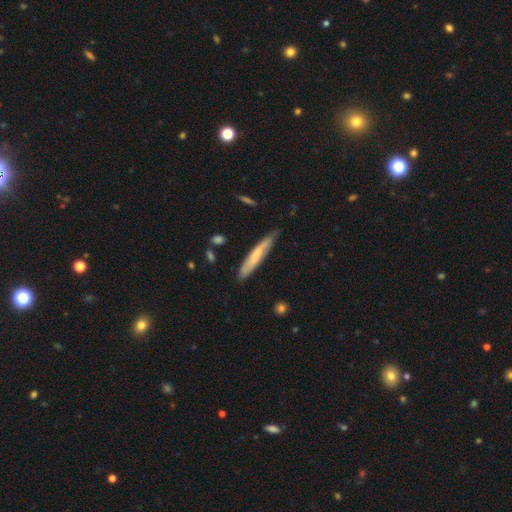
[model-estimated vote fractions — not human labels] Smooth or featured? Predicted: smooth (p=0.60). How rounded? Predicted: cigar-shaped (p=0.92). Merging? Predicted: none (p=0.76).